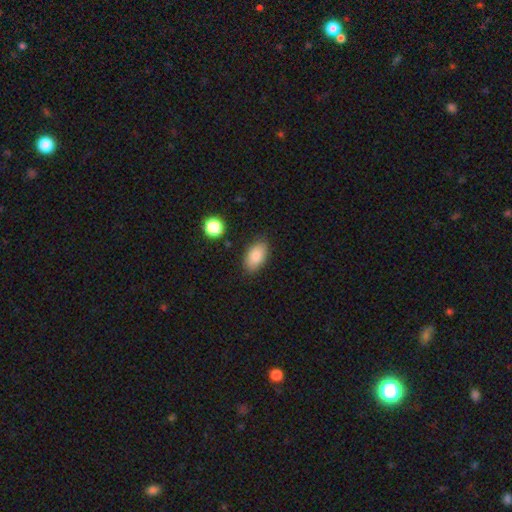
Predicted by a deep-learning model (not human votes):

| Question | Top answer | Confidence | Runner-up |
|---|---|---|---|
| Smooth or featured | smooth | 86% | star or artifact (7%) |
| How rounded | in between | 93% | round (5%) |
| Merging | none | 84% | minor disturbance (11%) |